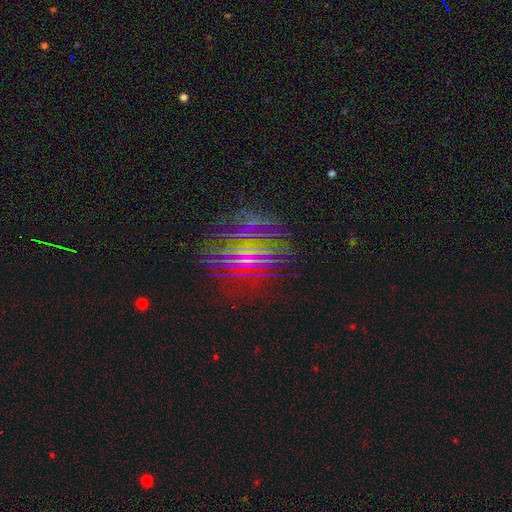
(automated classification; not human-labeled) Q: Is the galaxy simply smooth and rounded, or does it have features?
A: star or artifact — 42%.